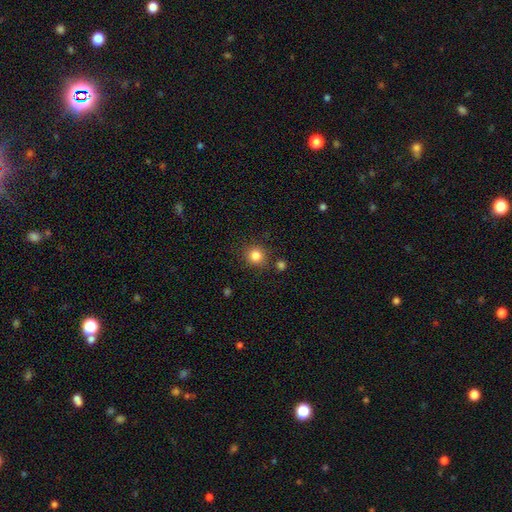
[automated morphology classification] smooth-or-featured: smooth: 84% | star or artifact: 11% | featured or disk: 5%
  how-rounded: round: 89% | in between: 10% | cigar-shaped: 1%
  merging: none: 83% | minor disturbance: 9% | merger: 4% | major disturbance: 3%